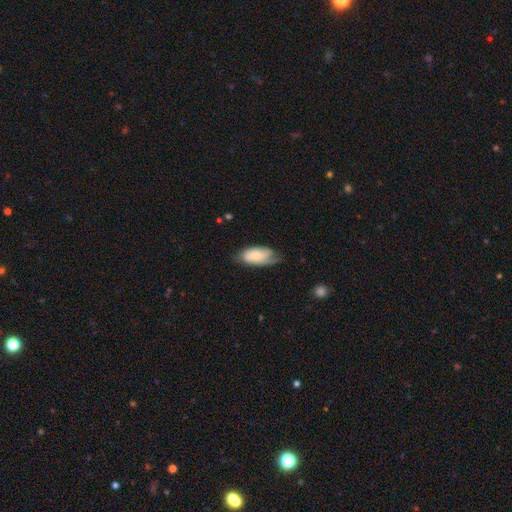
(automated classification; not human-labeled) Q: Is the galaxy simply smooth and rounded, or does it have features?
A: smooth — 58%.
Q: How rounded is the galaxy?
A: in between — 90%.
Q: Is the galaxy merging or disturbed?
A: none — 52%.